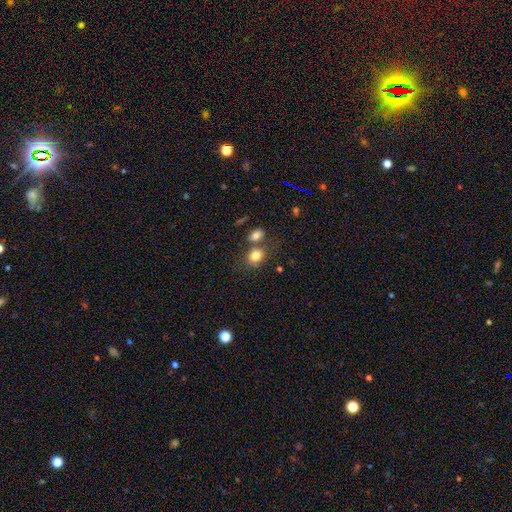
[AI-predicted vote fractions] smooth_or_featured: smooth (p=0.80) [alt: star or artifact p=0.11]
how_rounded: round (p=0.55) [alt: in between p=0.44]
merging: none (p=0.53) [alt: merger p=0.29]